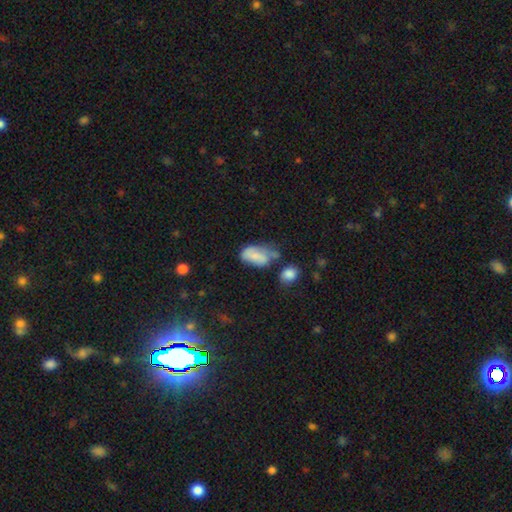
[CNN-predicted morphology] This is likely a smooth galaxy (67%). How rounded: clearly in between (91%). Merging: marginally none (31%).